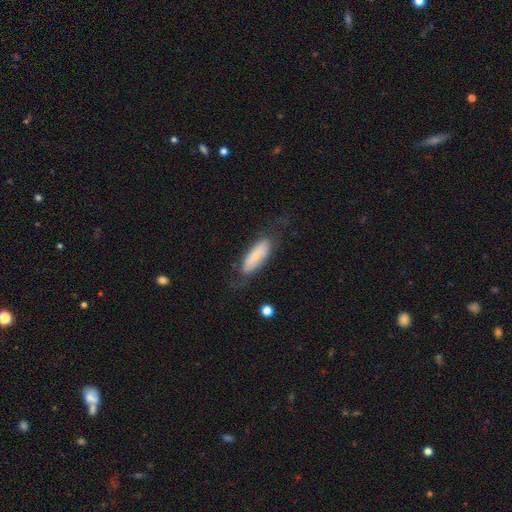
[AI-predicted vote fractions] Morphology: type=smooth (61%); roundness=in between (63%); merging=none (60%).